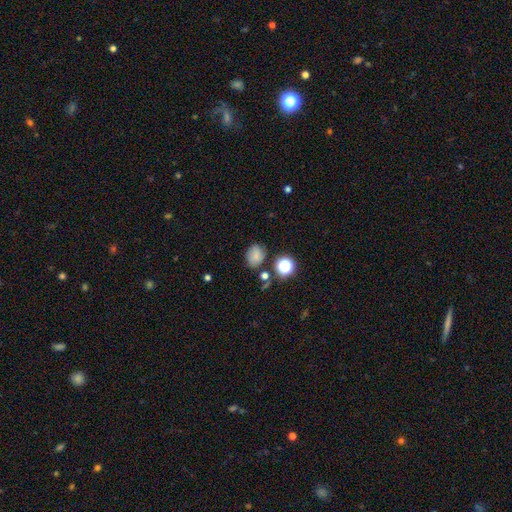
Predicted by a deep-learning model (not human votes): This appears to be a smooth galaxy with no disk features (74%) that is in between round and cigar-shaped (53%). Merging: none (72%).